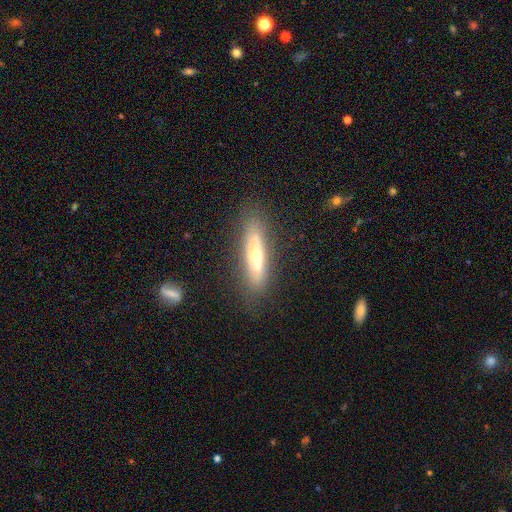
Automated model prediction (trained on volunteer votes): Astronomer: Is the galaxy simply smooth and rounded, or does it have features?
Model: featured or disk — 51% (runner-up: smooth, 40%).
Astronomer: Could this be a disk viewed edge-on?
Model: yes — 75%.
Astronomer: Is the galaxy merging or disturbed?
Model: none — 82%.